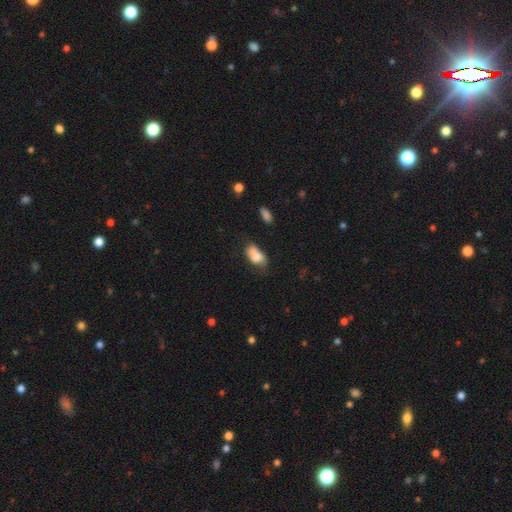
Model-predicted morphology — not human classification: type=smooth (74%); roundness=in between (85%); merging=none (32%, tied with merger).